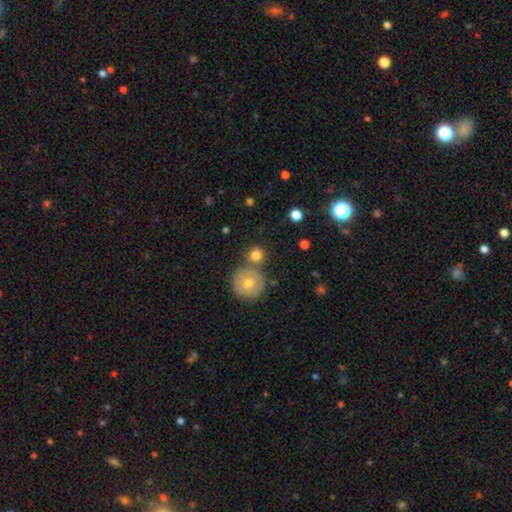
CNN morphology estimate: A smooth galaxy with no disk features (79%) that is round (91%). Merging: none (67%).